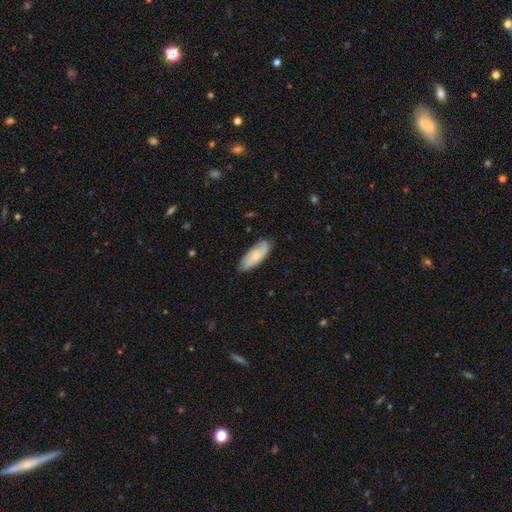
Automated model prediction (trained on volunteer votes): Overall: smooth (57%; featured or disk 36%). How rounded: in between (76%). Merging: none (76%).